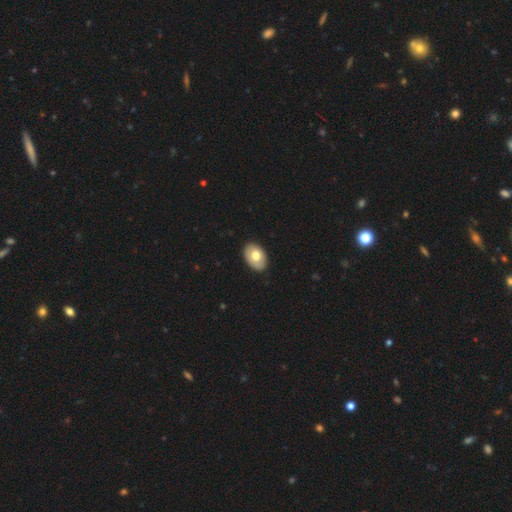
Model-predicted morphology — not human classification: smooth 69%, featured or disk 25%, star or artifact 6%. Down the decision tree: how rounded — in between (86%); merging — none (88%).